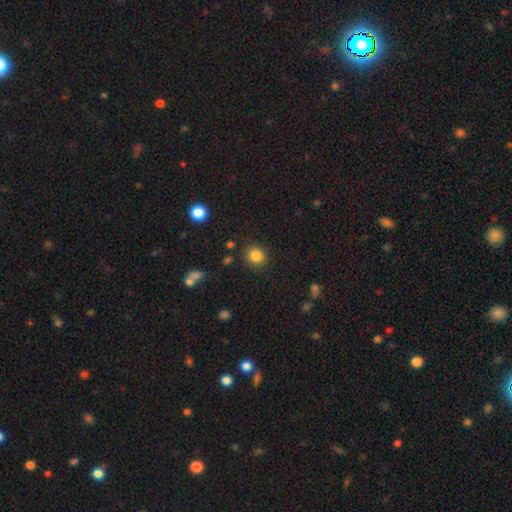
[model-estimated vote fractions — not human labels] This appears to be a smooth galaxy with no disk features (84%) that is round (85%). Merging: none (88%).